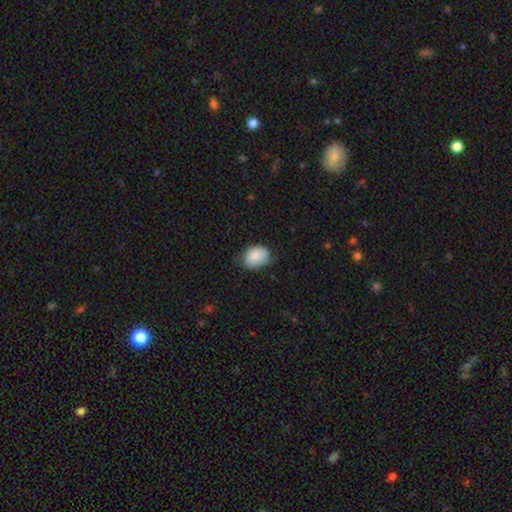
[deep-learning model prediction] This is clearly a smooth galaxy (86%). How rounded: likely in between (73%). Merging: possibly none (56%).